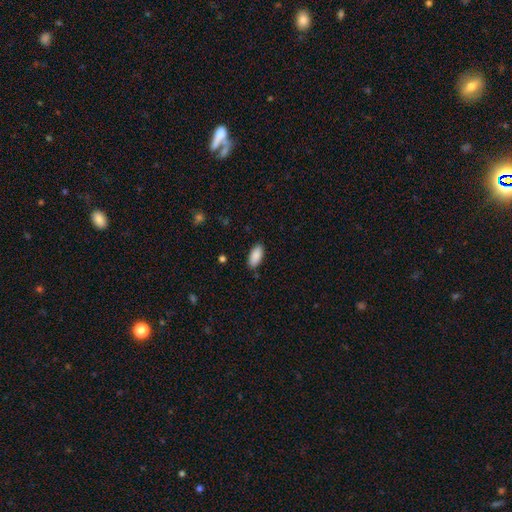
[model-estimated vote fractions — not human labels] The model was most divided on "merging": none: 86%, minor disturbance: 10%, major disturbance: 2%, merger: 1%. More confident: how rounded — in between (91%); smooth or featured — smooth (90%).